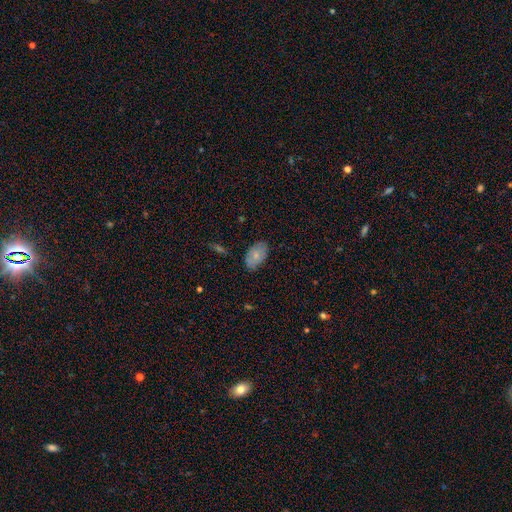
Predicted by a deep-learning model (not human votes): Overall: smooth (76%). How rounded: in between (93%). Merging: none (80%).